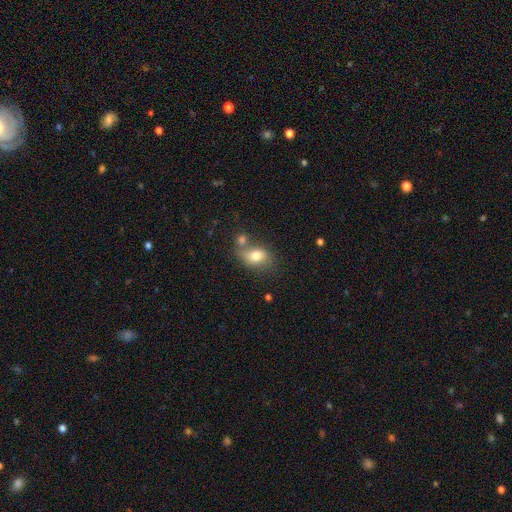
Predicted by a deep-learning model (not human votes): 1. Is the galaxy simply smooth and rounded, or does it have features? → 75% smooth, 16% featured or disk, 9% star or artifact.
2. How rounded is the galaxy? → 75% in between, 23% round, 2% cigar-shaped.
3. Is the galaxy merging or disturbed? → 43% none, 30% merger, 18% minor disturbance, 8% major disturbance.